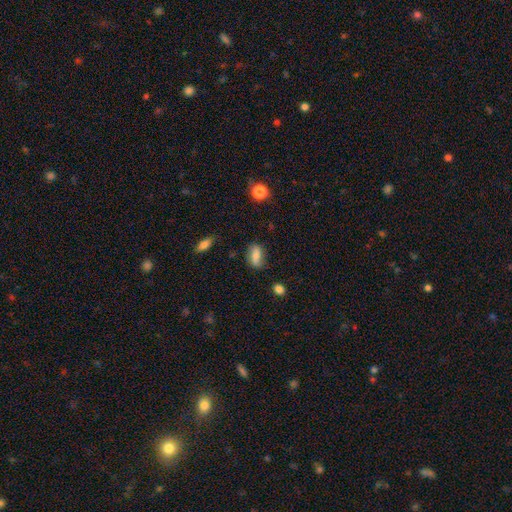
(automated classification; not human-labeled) smooth-or-featured: smooth: 71% | featured or disk: 20% | star or artifact: 8%
  how-rounded: in between: 84% | cigar-shaped: 9% | round: 7%
  merging: none: 74% | minor disturbance: 19% | major disturbance: 5% | merger: 2%